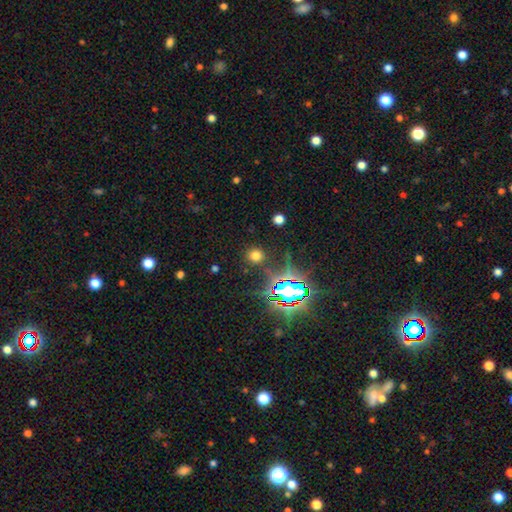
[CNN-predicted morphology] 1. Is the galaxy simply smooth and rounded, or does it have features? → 62% smooth, 30% star or artifact, 7% featured or disk.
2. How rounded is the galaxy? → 88% round, 10% in between, 1% cigar-shaped.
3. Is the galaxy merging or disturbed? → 85% none, 8% minor disturbance, 4% major disturbance, 3% merger.